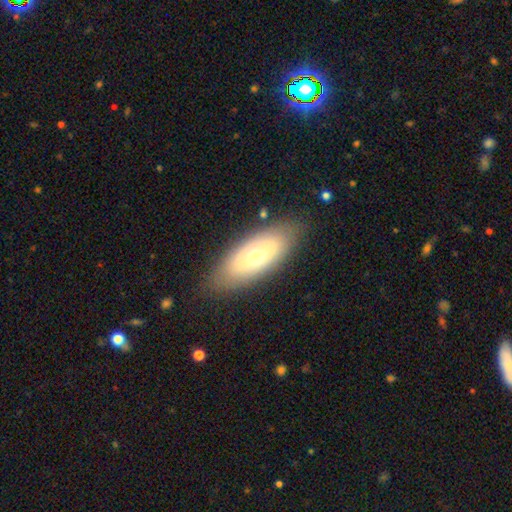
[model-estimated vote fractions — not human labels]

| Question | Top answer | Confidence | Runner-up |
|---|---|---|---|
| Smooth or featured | smooth | 57% | featured or disk (36%) |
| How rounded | in between | 81% | cigar-shaped (17%) |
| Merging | none | 83% | minor disturbance (12%) |